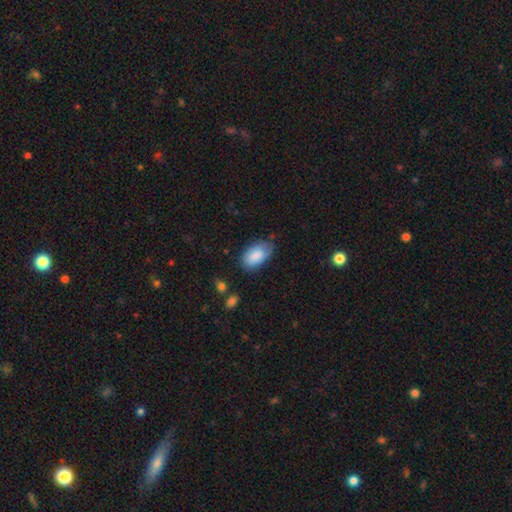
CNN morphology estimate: Smooth or featured? smooth (85%)
How rounded? in between (94%)
Merging? none (64%)